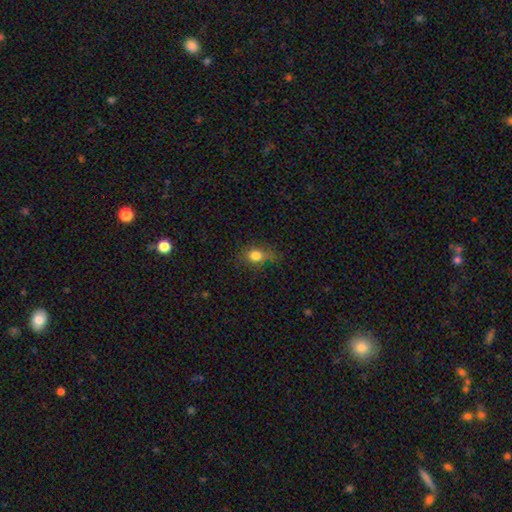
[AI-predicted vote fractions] This is likely a smooth galaxy (79%). How rounded: possibly round (53%). Merging: likely none (65%).